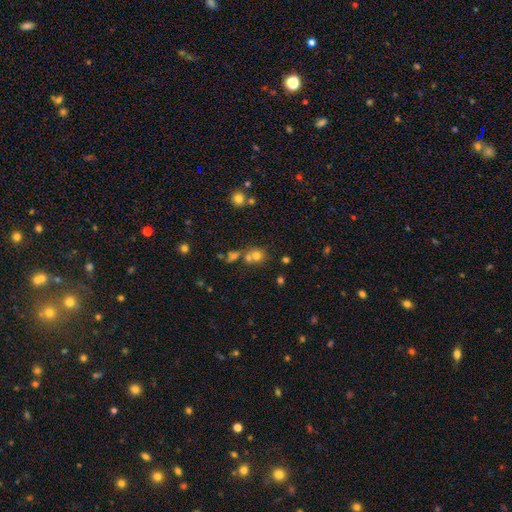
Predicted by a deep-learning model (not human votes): The model was most divided on "merging": none: 47%, merger: 40%, minor disturbance: 8%, major disturbance: 4%. More confident: how rounded — round (81%); smooth or featured — smooth (67%).